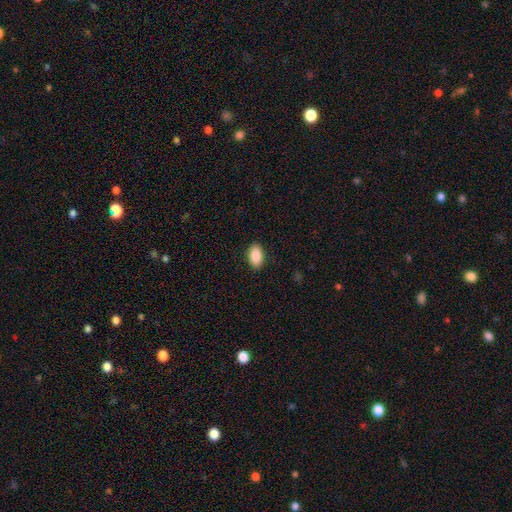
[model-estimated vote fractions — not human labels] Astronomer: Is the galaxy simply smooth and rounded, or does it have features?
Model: smooth — 89%.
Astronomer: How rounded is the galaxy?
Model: in between — 93%.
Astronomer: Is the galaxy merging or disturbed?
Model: none — 89%.